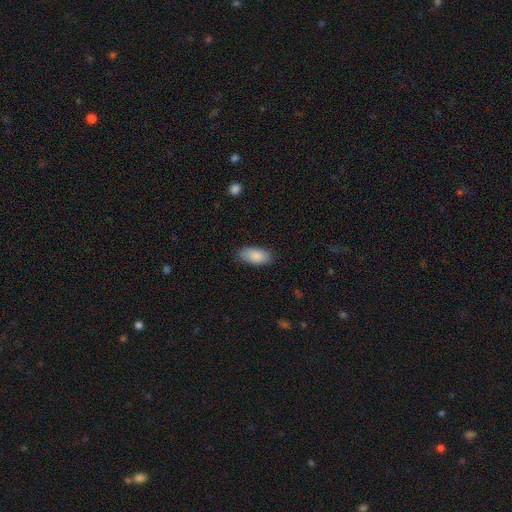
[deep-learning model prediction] Smooth or featured? smooth (87%)
How rounded? in between (92%)
Merging? none (82%)